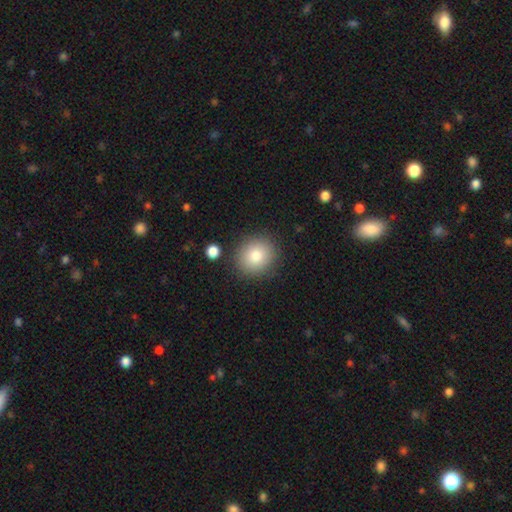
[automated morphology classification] Overall: smooth (82%). How rounded: round (82%). Merging: none (87%).